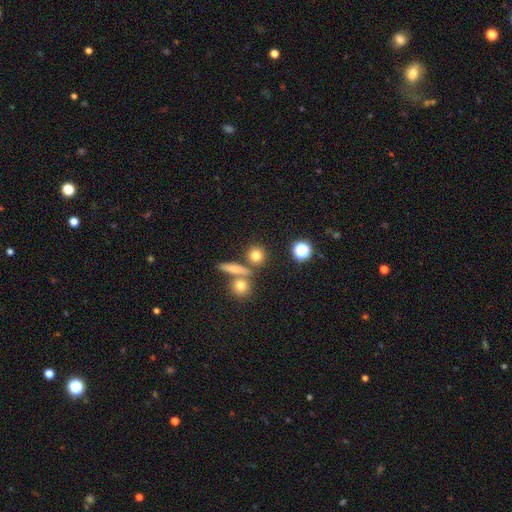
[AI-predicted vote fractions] smooth 76%, star or artifact 14%, featured or disk 11%. Down the decision tree: how rounded — round (83%); merging — none (71%).